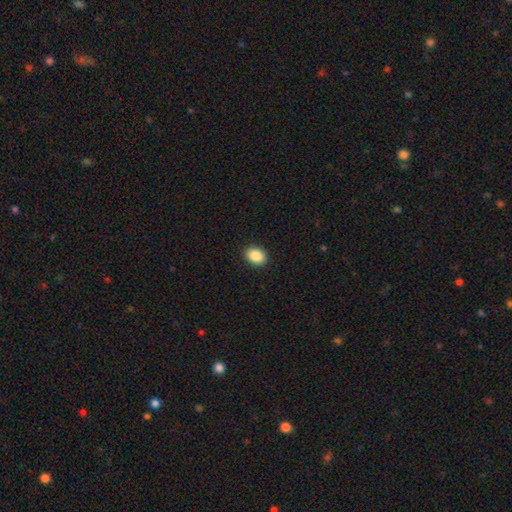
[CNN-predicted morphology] Q: Smooth or featured?
A: smooth (88%); runner-up: star or artifact (8%)
Q: How rounded?
A: in between (63%); runner-up: round (36%)
Q: Merging?
A: none (91%); runner-up: minor disturbance (6%)